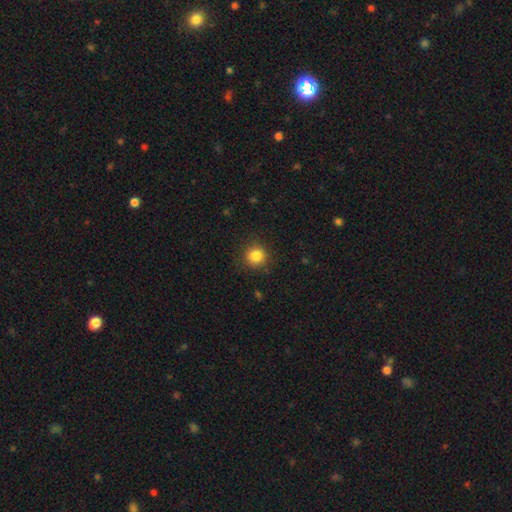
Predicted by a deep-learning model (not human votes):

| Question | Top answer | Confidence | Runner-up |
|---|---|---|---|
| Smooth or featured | smooth | 85% | star or artifact (11%) |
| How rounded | round | 94% | in between (5%) |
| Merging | none | 90% | minor disturbance (7%) |